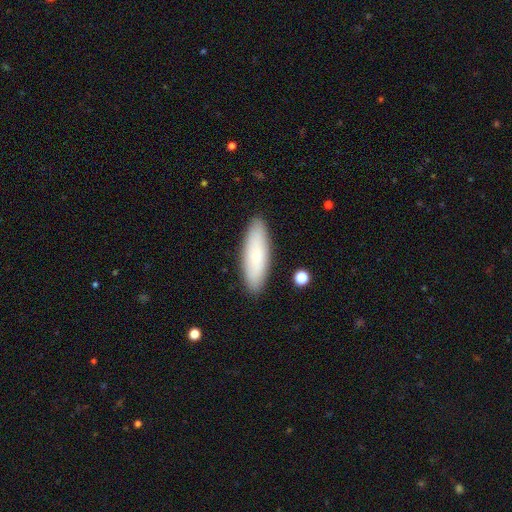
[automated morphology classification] Smooth or featured? smooth (74%)
How rounded? cigar-shaped (49%, tied with in between)
Merging? none (89%)